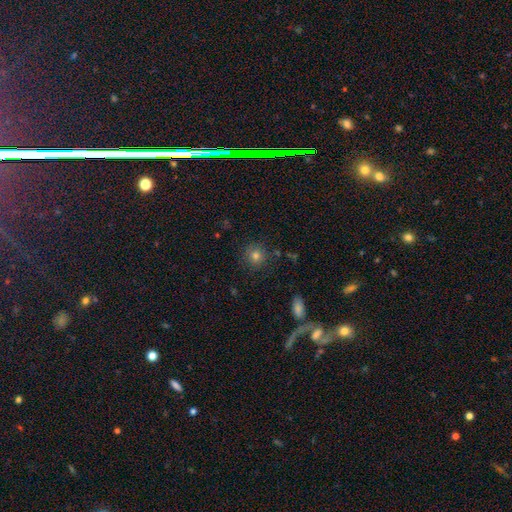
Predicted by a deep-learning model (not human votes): smooth_or_featured: smooth (p=0.74) [alt: star or artifact p=0.15]
how_rounded: round (p=0.92) [alt: in between p=0.07]
merging: none (p=0.85) [alt: minor disturbance p=0.09]